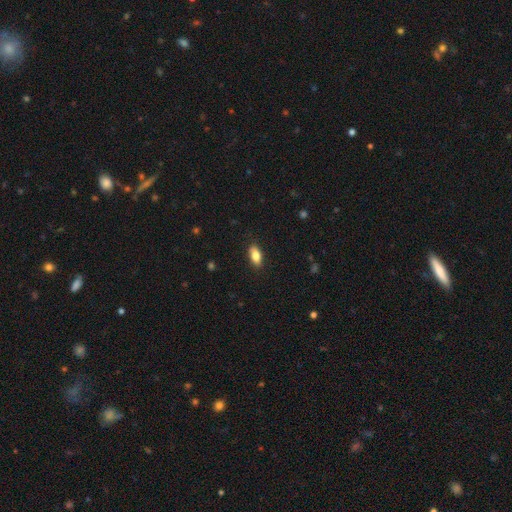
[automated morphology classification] smooth-or-featured: smooth: 82% | featured or disk: 11% | star or artifact: 7%
  how-rounded: in between: 86% | cigar-shaped: 10% | round: 4%
  merging: none: 87% | minor disturbance: 10% | major disturbance: 2% | merger: 1%